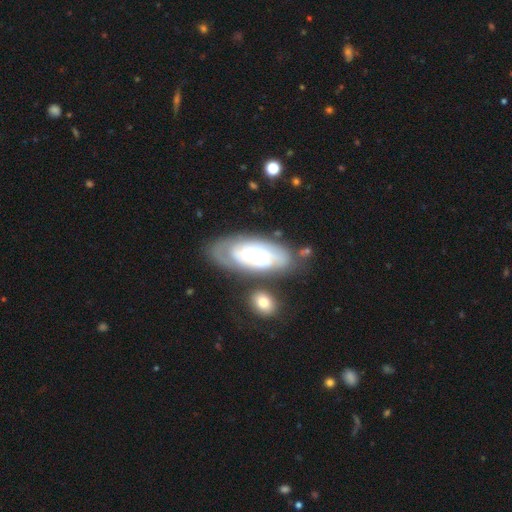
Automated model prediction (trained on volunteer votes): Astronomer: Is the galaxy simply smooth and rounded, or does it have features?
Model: featured or disk — 71%.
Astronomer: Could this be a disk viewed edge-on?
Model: no — 92%.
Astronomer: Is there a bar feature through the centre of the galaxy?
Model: no — 78%.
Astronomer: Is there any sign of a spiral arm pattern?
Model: yes — 79%.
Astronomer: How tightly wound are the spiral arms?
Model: tight — 71%.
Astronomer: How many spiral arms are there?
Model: can't tell — 55%.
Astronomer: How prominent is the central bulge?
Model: small — 61%.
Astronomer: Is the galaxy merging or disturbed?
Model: none — 63%.